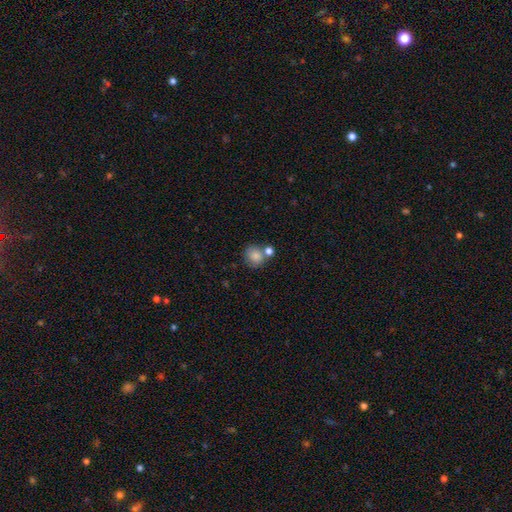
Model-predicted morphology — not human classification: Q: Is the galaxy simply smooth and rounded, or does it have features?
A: smooth — 83%.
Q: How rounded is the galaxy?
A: round — 80%.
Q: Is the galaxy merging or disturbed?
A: none — 59%.